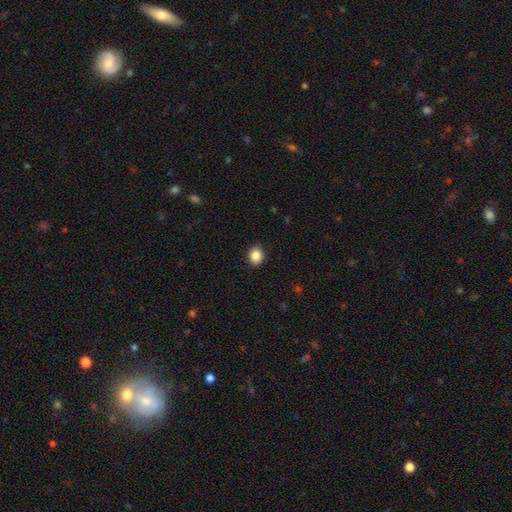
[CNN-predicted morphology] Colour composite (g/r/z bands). It shows a smooth galaxy with no disk features (87%) that is round (58%). Merging: none (91%).